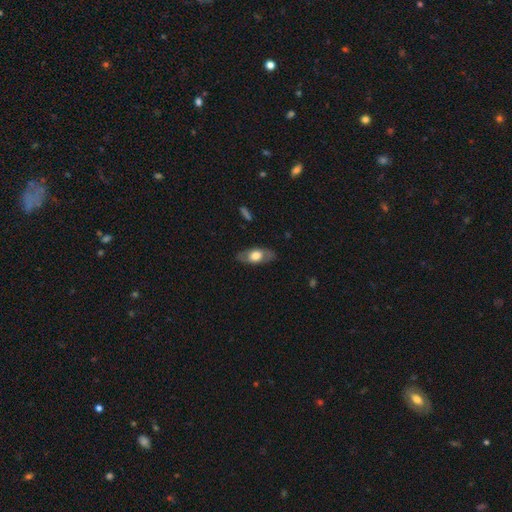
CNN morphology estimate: The model was most divided on "smooth or featured": smooth: 53%, featured or disk: 41%, star or artifact: 6%. More confident: how rounded — in between (85%); merging — none (81%).